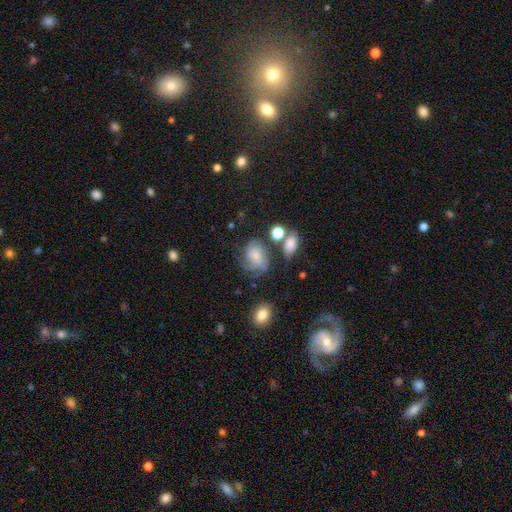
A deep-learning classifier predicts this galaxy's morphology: The model was most divided on "bulge size": small: 34%, moderate: 31%, none: 21%, large: 12%, dominant: 3%. Remaining: edge-on disk — no (97%); spiral arms — yes (93%); smooth or featured — featured or disk (69%); bar — no (62%); merging — none (58%); spiral winding — tight (48%); spiral arm count — 3 (38%).